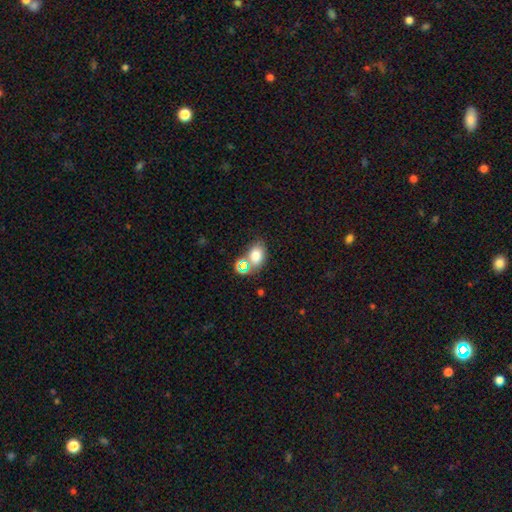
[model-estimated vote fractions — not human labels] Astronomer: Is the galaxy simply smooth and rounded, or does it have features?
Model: smooth — 75%.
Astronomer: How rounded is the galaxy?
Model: in between — 73%.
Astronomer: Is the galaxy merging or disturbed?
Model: none — 61%.